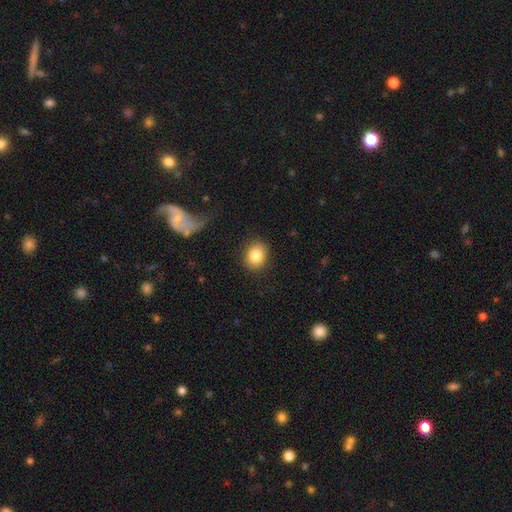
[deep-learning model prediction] Smooth or featured? smooth (84%)
How rounded? round (64%)
Merging? none (86%)